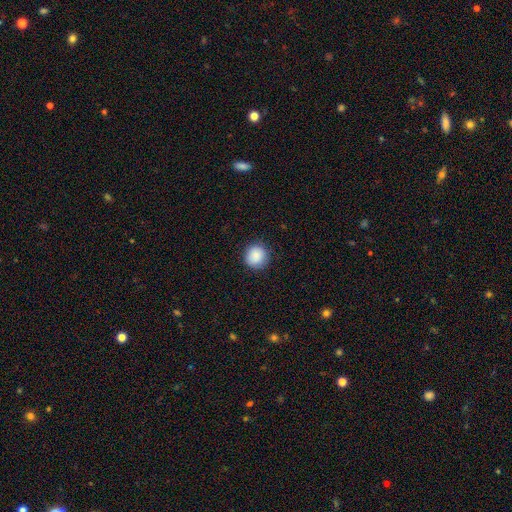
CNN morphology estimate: Smooth or featured?
  - smooth: 89% *
  - star or artifact: 8%
  - featured or disk: 3%
How rounded?
  - round: 92% *
  - in between: 7%
  - cigar-shaped: 1%
Merging?
  - none: 89% *
  - minor disturbance: 7%
  - major disturbance: 2%
  - merger: 1%